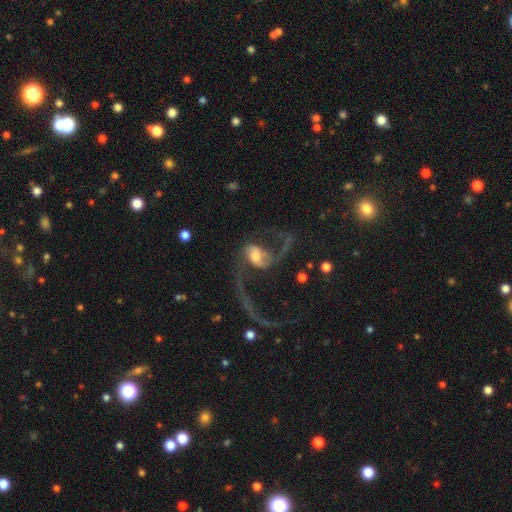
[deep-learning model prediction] A featured or disk galaxy (77%) with no bar (48%), 2 (84%) loose (85%) spiral arms (89%) and a moderate central bulge (49%).

Vote fractions:
- Smooth or featured? featured or disk: 77% / smooth: 15% / star or artifact: 7%
- Edge-on disk? no: 97% / yes: 3%
- Bar? no: 48% / weak: 36% / strong: 16%
- Spiral arms? yes: 89% / no: 11%
- Spiral winding? loose: 85% / medium: 13% / tight: 3%
- Spiral arm count? 2: 84% / 1: 9% / can't tell: 3% / 3: 2% / 4: 1% / more than 4: 1%
- Bulge size? moderate: 49% / large: 22% / small: 20% / none: 5% / dominant: 4%
- Merging? major disturbance: 47% / none: 32% / minor disturbance: 12% / merger: 8%